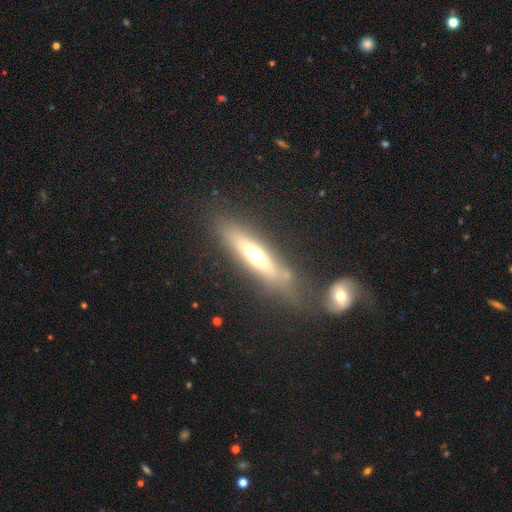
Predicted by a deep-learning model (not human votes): Morphology: type=featured or disk (50%); merging=none (67%).